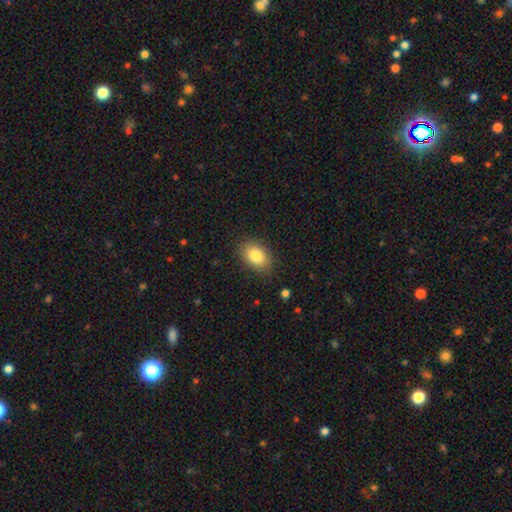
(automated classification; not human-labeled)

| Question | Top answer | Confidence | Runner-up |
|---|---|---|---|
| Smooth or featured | smooth | 83% | featured or disk (9%) |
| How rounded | in between | 86% | round (13%) |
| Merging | none | 86% | minor disturbance (10%) |